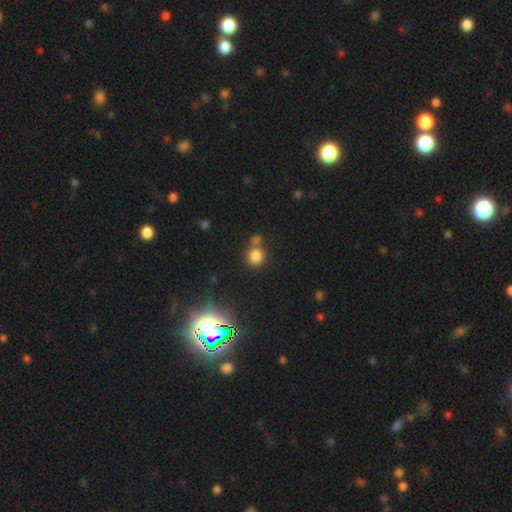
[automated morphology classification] Smooth or featured? Predicted: smooth (p=0.78). How rounded? Predicted: round (p=0.89). Merging? Predicted: none (p=0.62).